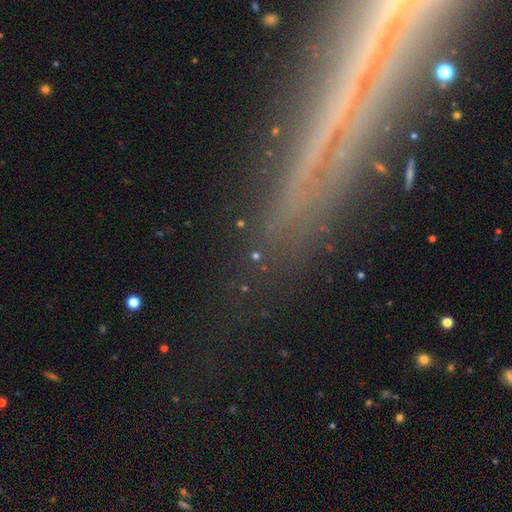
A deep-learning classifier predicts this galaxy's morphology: Overall: featured or disk (51%; star or artifact 31%). Edge-on disk: yes (76%). Merging: none (82%).